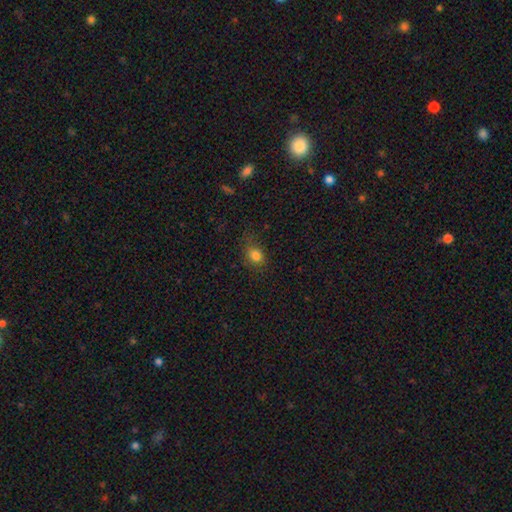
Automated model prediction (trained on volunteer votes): smooth 81%, star or artifact 13%, featured or disk 6%. Down the decision tree: how rounded — in between (50%); merging — none (66%).